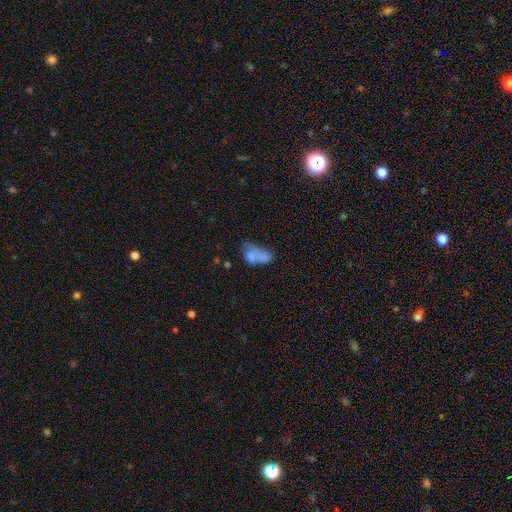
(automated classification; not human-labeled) Smooth or featured? Predicted: smooth (p=0.66). How rounded? Predicted: in between (p=0.84). Merging? Predicted: merger (p=0.45).